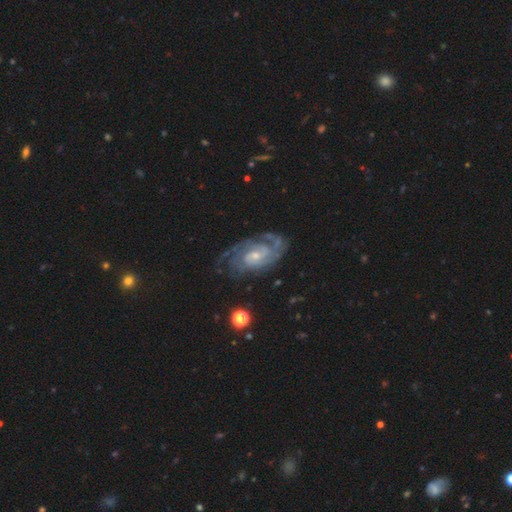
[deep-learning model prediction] This appears to be a featured or disk galaxy (88%) with no bar (53%), 2 (36%) tight (63%) spiral arms (97%) and a small central bulge (60%). Merging: none (68%).